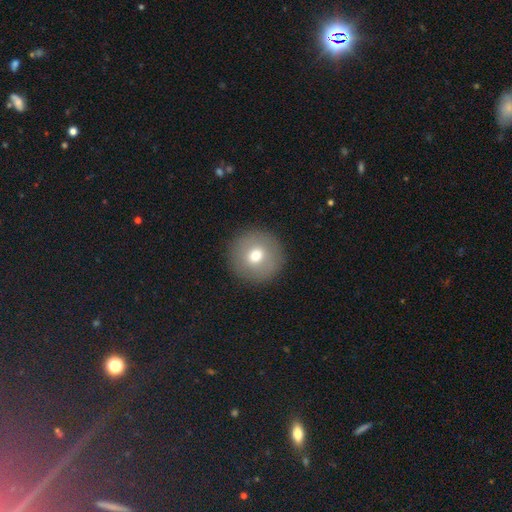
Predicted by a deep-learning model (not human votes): A smooth galaxy with no disk features (70%) that is round (96%).

Vote fractions:
- Smooth or featured? smooth: 70% / featured or disk: 19% / star or artifact: 10%
- How rounded? round: 96% / in between: 3% / cigar-shaped: 1%
- Merging? none: 91% / minor disturbance: 5% / major disturbance: 2% / merger: 1%